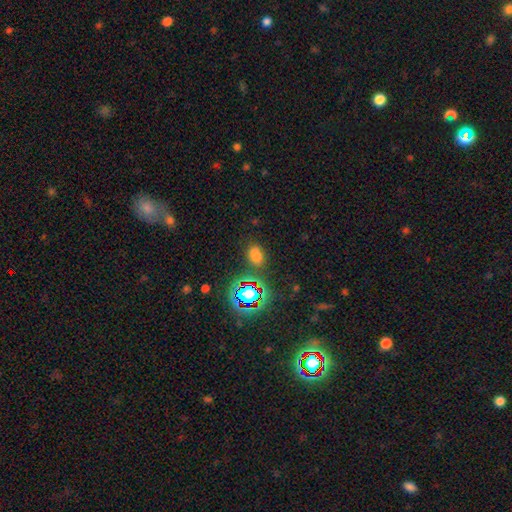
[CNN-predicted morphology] A smooth galaxy with no disk features (61%) that is in between round and cigar-shaped (73%).

Vote fractions:
- Smooth or featured? smooth: 61% / star or artifact: 31% / featured or disk: 9%
- How rounded? in between: 73% / round: 25% / cigar-shaped: 2%
- Merging? none: 64% / minor disturbance: 16% / merger: 12% / major disturbance: 7%